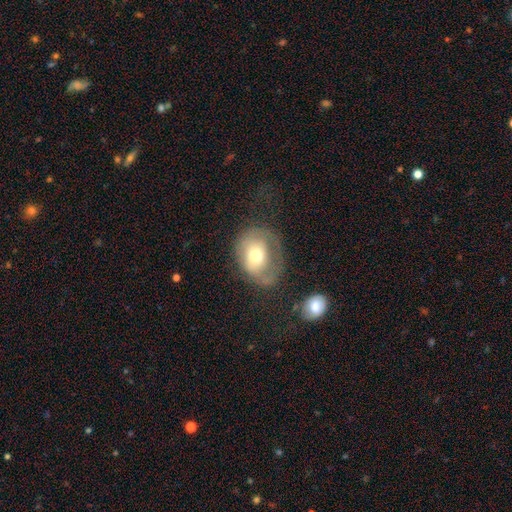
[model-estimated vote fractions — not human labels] Smooth or featured? Predicted: smooth (p=0.54). How rounded? Predicted: in between (p=0.51). Merging? Predicted: major disturbance (p=0.35, tied with none).